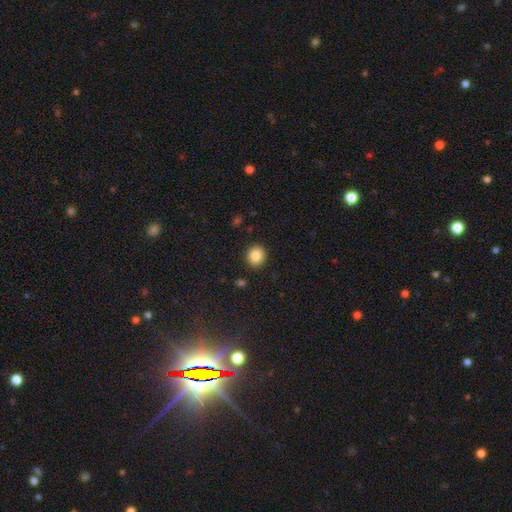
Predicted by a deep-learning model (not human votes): This is clearly a smooth galaxy (85%). How rounded: clearly round (86%). Merging: clearly none (91%).